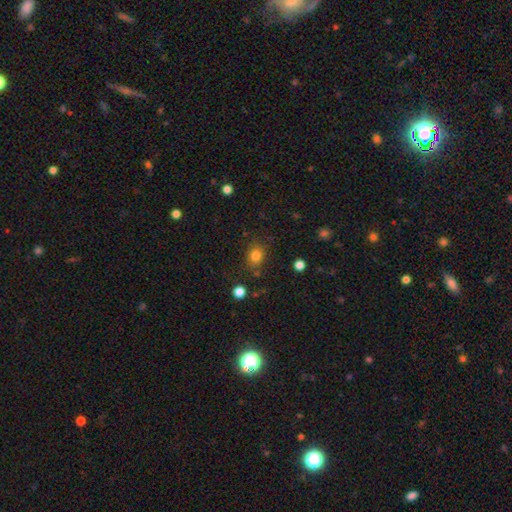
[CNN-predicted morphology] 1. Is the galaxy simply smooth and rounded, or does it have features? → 82% smooth, 12% star or artifact, 6% featured or disk.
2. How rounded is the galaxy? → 58% round, 41% in between, 1% cigar-shaped.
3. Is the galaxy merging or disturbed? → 78% none, 14% minor disturbance, 4% major disturbance, 4% merger.